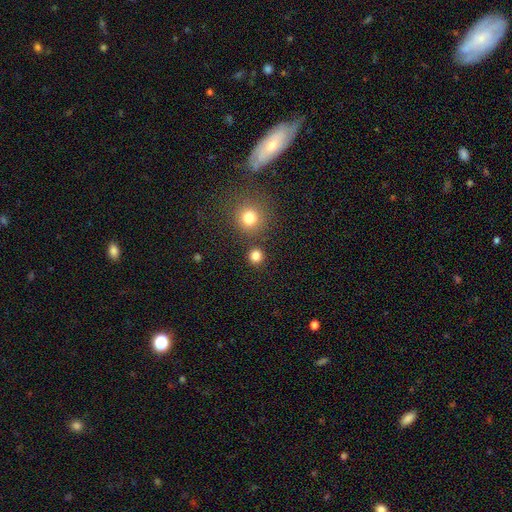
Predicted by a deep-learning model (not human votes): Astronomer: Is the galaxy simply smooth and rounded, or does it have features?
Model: smooth — 82%.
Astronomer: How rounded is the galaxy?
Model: round — 93%.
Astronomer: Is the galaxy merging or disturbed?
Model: none — 86%.